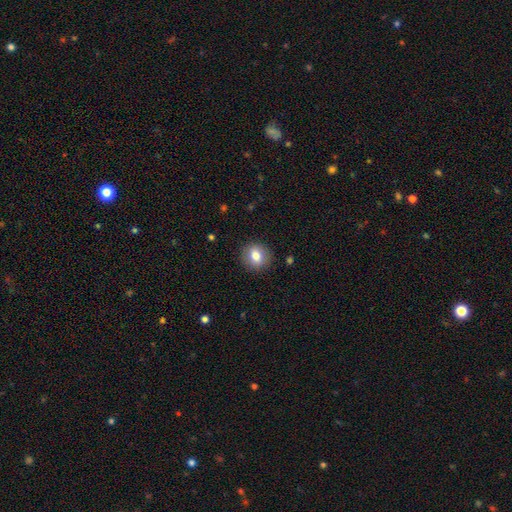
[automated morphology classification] Smooth or featured? Predicted: smooth (p=0.79). How rounded? Predicted: round (p=0.82). Merging? Predicted: none (p=0.89).